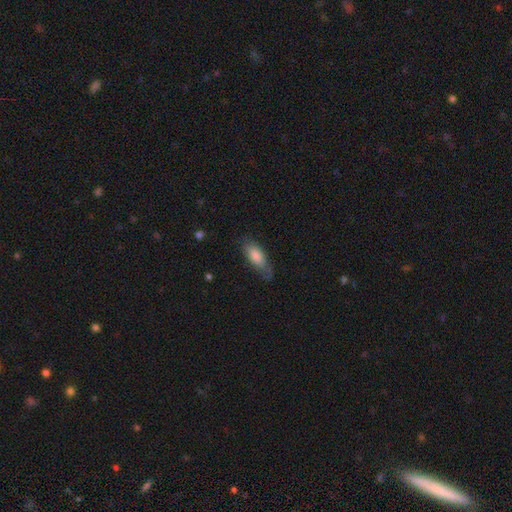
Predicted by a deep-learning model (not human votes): A smooth galaxy with no disk features (77%) that is in between round and cigar-shaped (74%).

Vote fractions:
- Smooth or featured? smooth: 77% / featured or disk: 17% / star or artifact: 6%
- How rounded? in between: 74% / cigar-shaped: 23% / round: 2%
- Merging? none: 58% / minor disturbance: 30% / major disturbance: 11% / merger: 2%